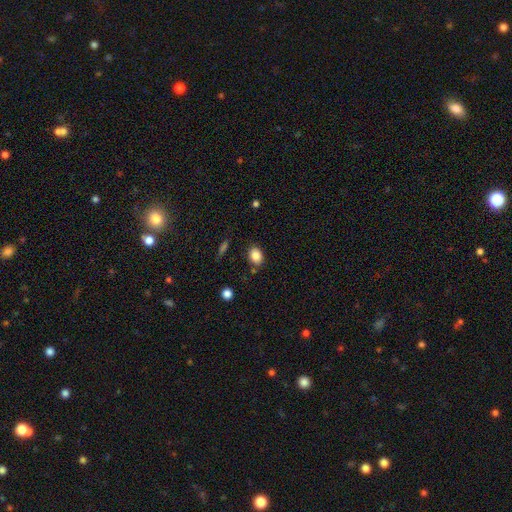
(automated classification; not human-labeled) The model was most divided on "how rounded": in between: 70%, round: 29%, cigar-shaped: 1%. More confident: smooth or featured — smooth (85%); merging — none (80%).